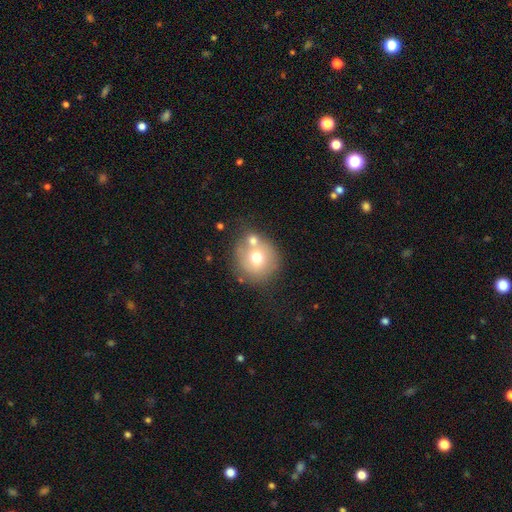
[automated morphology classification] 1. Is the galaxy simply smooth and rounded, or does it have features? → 61% smooth, 26% featured or disk, 12% star or artifact.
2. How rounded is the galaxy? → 88% round, 11% in between, 1% cigar-shaped.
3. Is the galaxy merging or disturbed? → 52% none, 29% merger, 13% minor disturbance, 6% major disturbance.